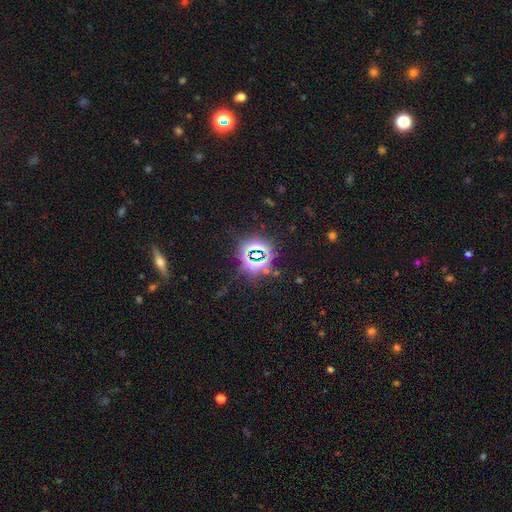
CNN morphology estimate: Smooth or featured: star or artifact — 78% (smooth — 14%)